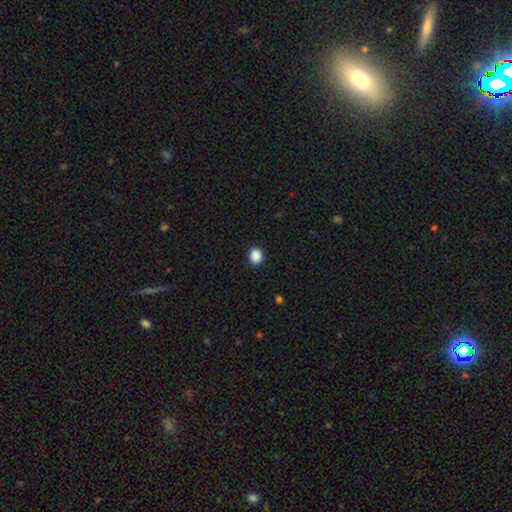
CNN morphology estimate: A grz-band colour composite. It shows a smooth galaxy with no disk features (89%) that is round (70%). Merging: none (91%).